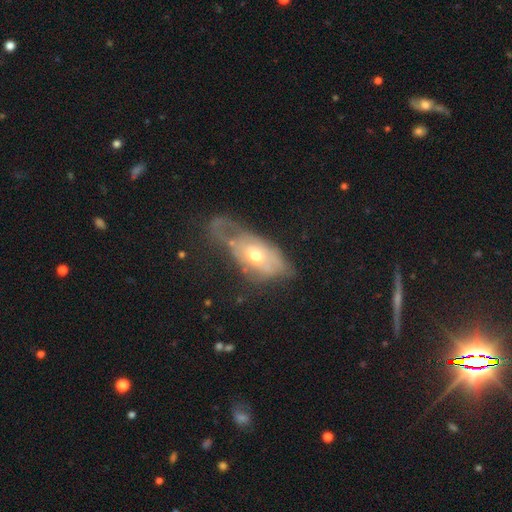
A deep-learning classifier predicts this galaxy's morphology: This is possibly a featured or disk galaxy (54%). It is clearly not viewed edge-on (85%). Merging: possibly major disturbance (47%).